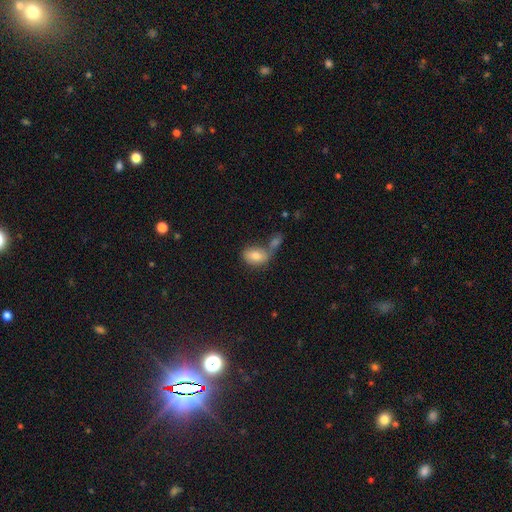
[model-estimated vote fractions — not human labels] Smooth or featured?
  - smooth: 79% *
  - featured or disk: 13%
  - star or artifact: 8%
How rounded?
  - in between: 84% *
  - round: 14%
  - cigar-shaped: 2%
Merging?
  - merger: 43% *
  - none: 37%
  - minor disturbance: 13%
  - major disturbance: 7%